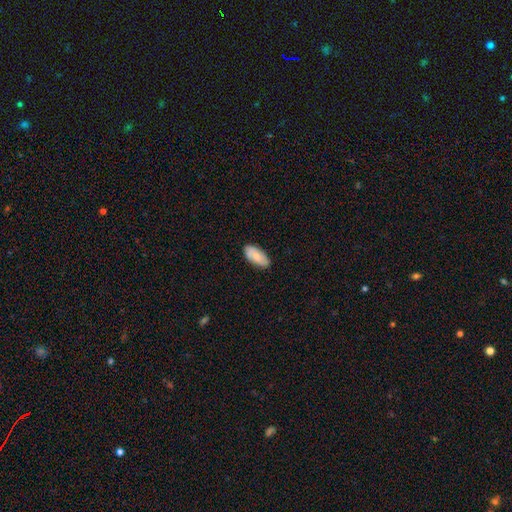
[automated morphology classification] Q: Smooth or featured?
A: smooth (71%); runner-up: featured or disk (23%)
Q: How rounded?
A: in between (91%); runner-up: cigar-shaped (7%)
Q: Merging?
A: none (84%); runner-up: minor disturbance (13%)